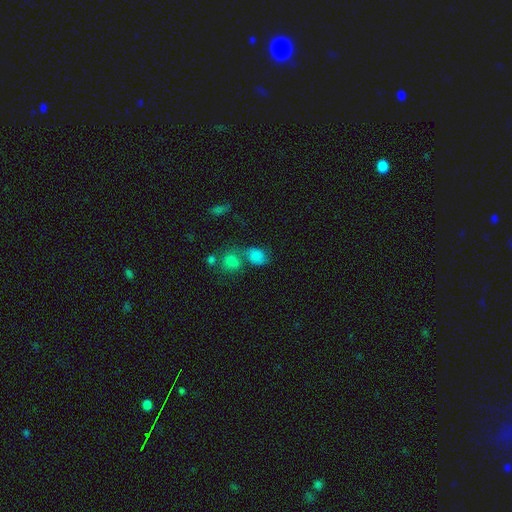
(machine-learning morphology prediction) This is likely a smooth galaxy (72%). How rounded: possibly in between (57%). Merging: possibly merger (46%).